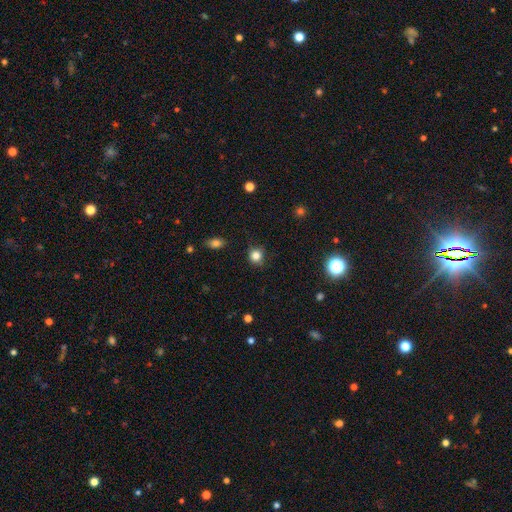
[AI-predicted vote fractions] A smooth galaxy with no disk features (82%) that is round (86%). Merging: none (82%).